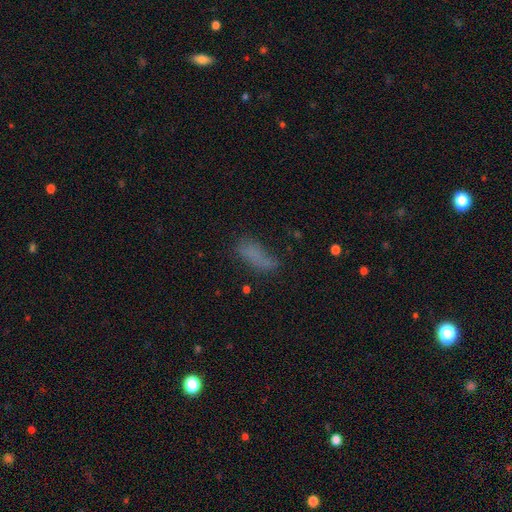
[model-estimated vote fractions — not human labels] Q: Smooth or featured?
A: smooth (71%); runner-up: star or artifact (15%)
Q: How rounded?
A: in between (71%); runner-up: cigar-shaped (26%)
Q: Merging?
A: none (51%); runner-up: minor disturbance (26%)